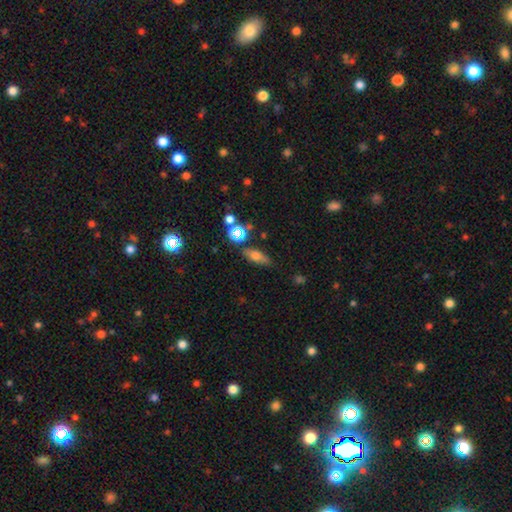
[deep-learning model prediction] Smooth or featured? smooth (61%)
How rounded? in between (63%)
Merging? none (77%)